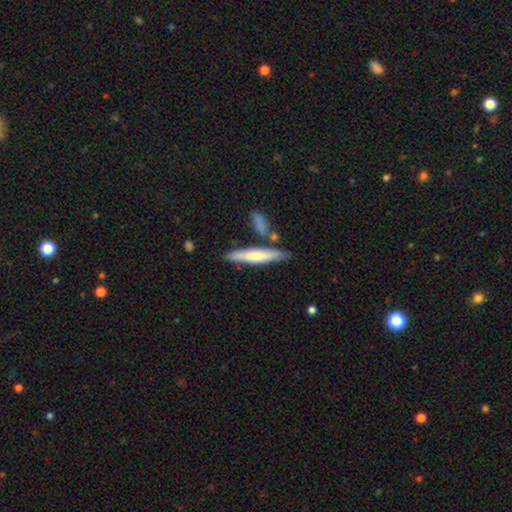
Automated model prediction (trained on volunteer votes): Smooth or featured? Predicted: smooth (p=0.59). How rounded? Predicted: cigar-shaped (p=0.87). Merging? Predicted: none (p=0.75).